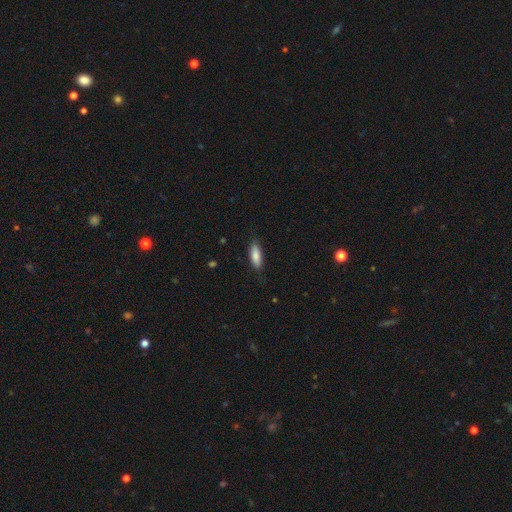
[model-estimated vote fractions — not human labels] Overall: smooth (85%). How rounded: in between (66%; cigar-shaped 33%). Merging: none (83%).